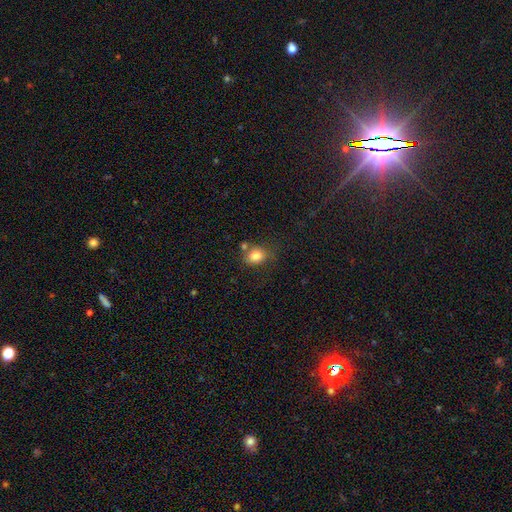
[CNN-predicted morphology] Q: Smooth or featured?
A: smooth (81%); runner-up: star or artifact (10%)
Q: How rounded?
A: round (56%); runner-up: in between (43%)
Q: Merging?
A: none (62%); runner-up: minor disturbance (18%)